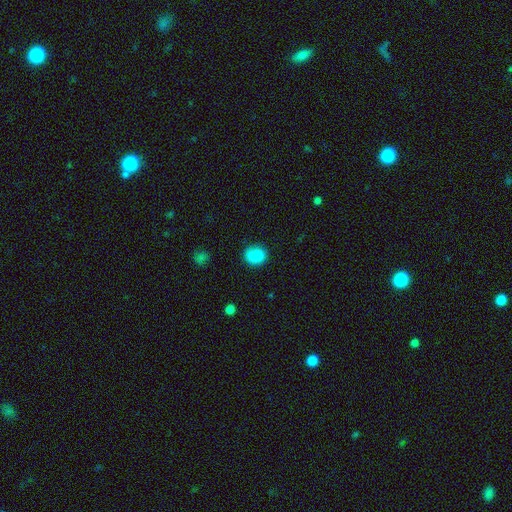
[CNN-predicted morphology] This is clearly a smooth galaxy (86%). How rounded: likely round (78%). Merging: clearly none (83%).